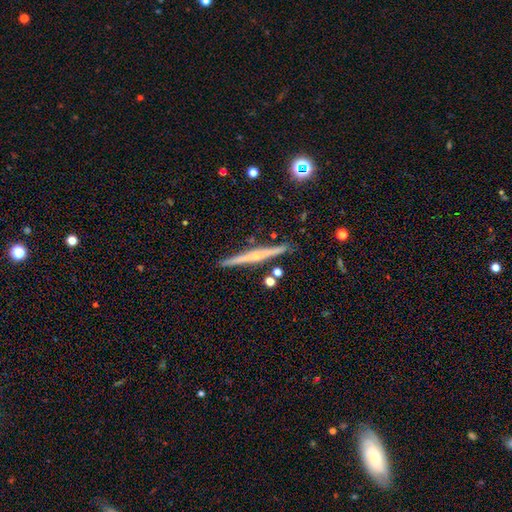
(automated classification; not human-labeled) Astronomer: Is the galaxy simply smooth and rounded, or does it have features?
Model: featured or disk — 69%.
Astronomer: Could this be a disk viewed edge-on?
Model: yes — 98%.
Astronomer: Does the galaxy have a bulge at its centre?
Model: rounded — 60%.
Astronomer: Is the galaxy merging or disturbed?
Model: none — 90%.